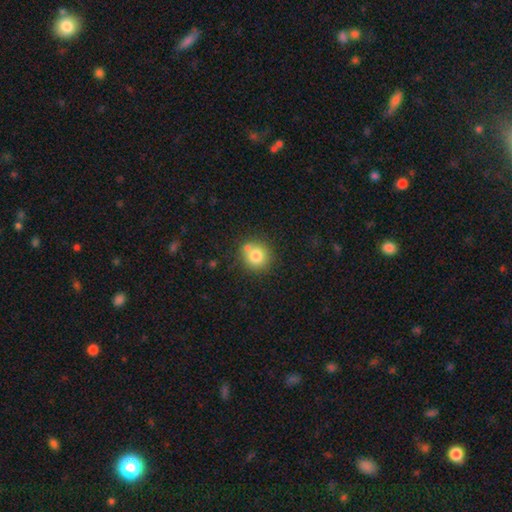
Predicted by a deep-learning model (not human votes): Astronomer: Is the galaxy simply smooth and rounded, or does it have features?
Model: smooth — 79%.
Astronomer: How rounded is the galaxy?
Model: round — 89%.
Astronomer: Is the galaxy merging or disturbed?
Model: none — 68%.